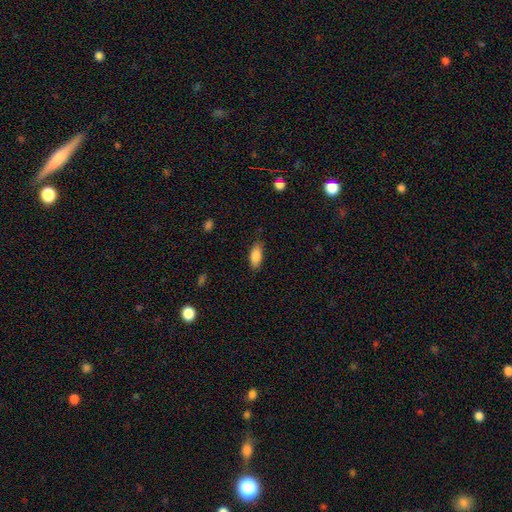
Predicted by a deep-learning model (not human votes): A smooth galaxy with no disk features (85%) that is in between round and cigar-shaped (83%).

Vote fractions:
- Smooth or featured? smooth: 85% / featured or disk: 8% / star or artifact: 7%
- How rounded? in between: 83% / cigar-shaped: 15% / round: 2%
- Merging? none: 80% / minor disturbance: 15% / major disturbance: 3% / merger: 1%